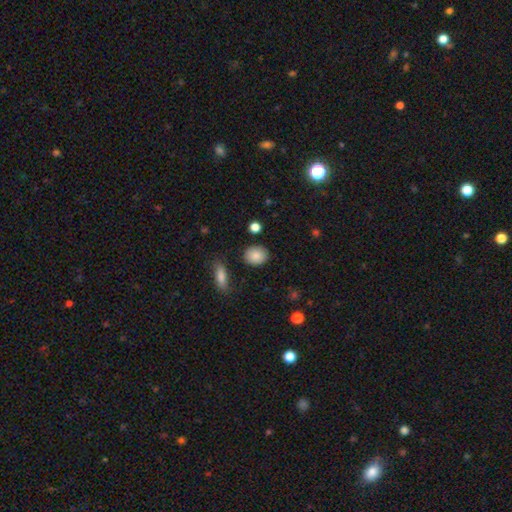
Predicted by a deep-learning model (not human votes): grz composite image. It shows a smooth galaxy with no disk features (87%) that is round (59%). Merging: none (86%).